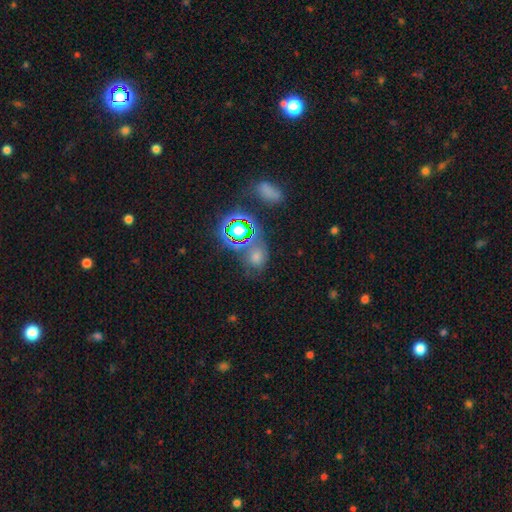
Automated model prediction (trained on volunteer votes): The model was most divided on "smooth or featured": star or artifact: 50%, smooth: 37%, featured or disk: 13%.